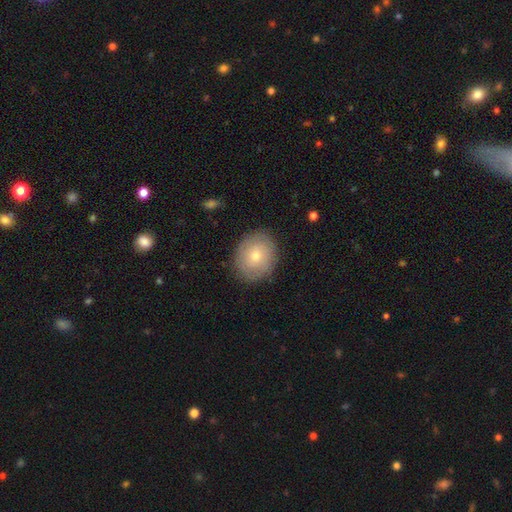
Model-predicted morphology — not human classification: This appears to be a smooth galaxy with no disk features (58%) that is round (64%). Merging: none (85%).